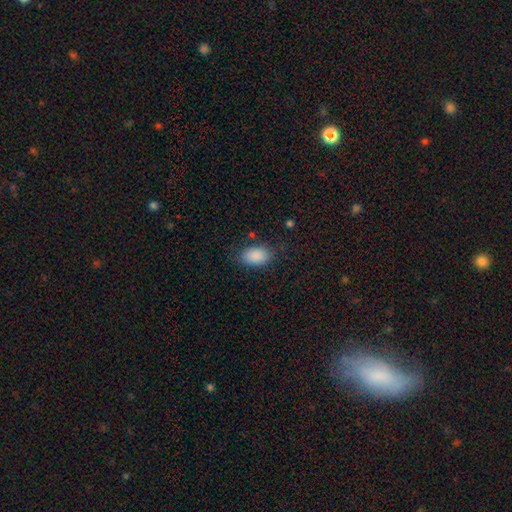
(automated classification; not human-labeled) Morphology: type=smooth (89%); roundness=in between (91%); merging=none (81%).